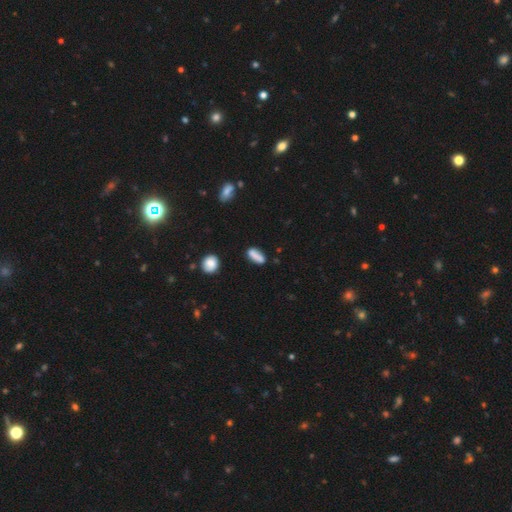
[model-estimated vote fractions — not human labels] Smooth or featured? Predicted: smooth (p=0.78). How rounded? Predicted: in between (p=0.66). Merging? Predicted: none (p=0.66).